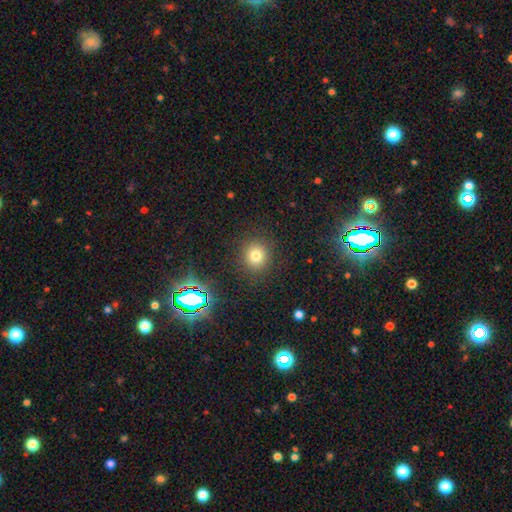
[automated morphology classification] A smooth galaxy with no disk features (74%) that is round (88%).

Vote fractions:
- Smooth or featured? smooth: 74% / star or artifact: 18% / featured or disk: 8%
- How rounded? round: 88% / in between: 11% / cigar-shaped: 1%
- Merging? none: 88% / minor disturbance: 7% / major disturbance: 3% / merger: 2%